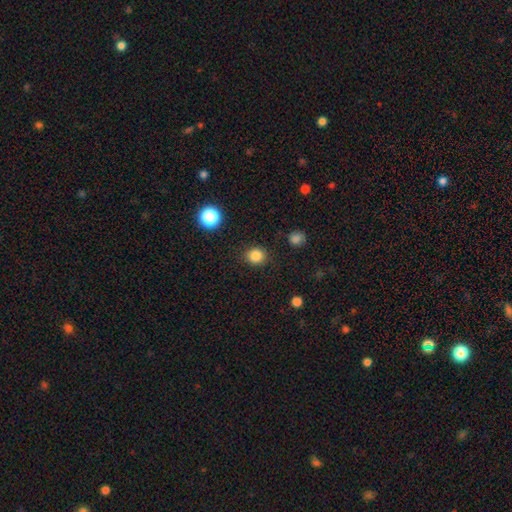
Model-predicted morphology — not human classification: This appears to be a smooth galaxy with no disk features (84%) that is round (82%). Merging: none (88%).